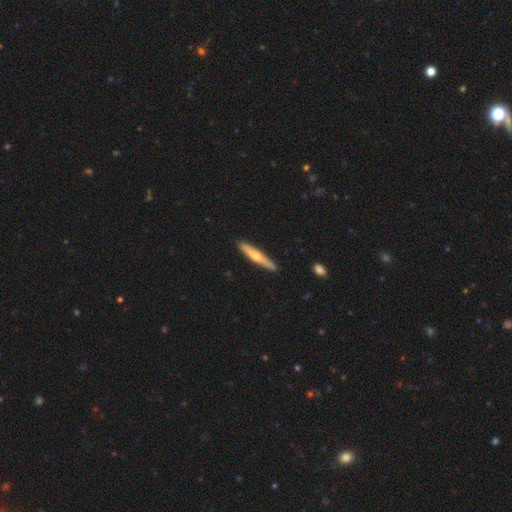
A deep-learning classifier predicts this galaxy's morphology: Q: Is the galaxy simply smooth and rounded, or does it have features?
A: smooth — 51%.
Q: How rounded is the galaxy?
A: cigar-shaped — 92%.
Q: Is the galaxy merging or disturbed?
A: none — 89%.